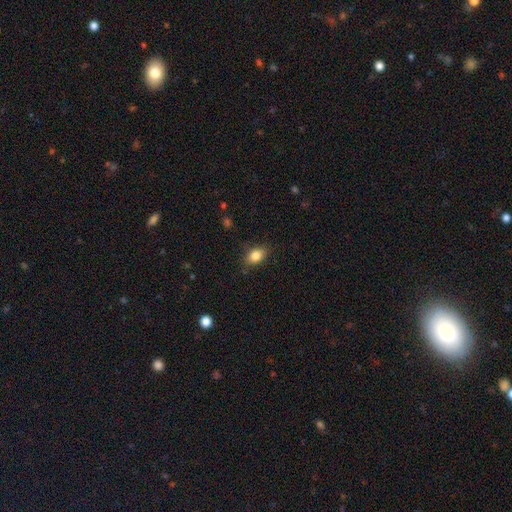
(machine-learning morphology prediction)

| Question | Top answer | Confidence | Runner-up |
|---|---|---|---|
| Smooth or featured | smooth | 84% | star or artifact (9%) |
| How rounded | in between | 82% | round (16%) |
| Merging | none | 82% | minor disturbance (14%) |